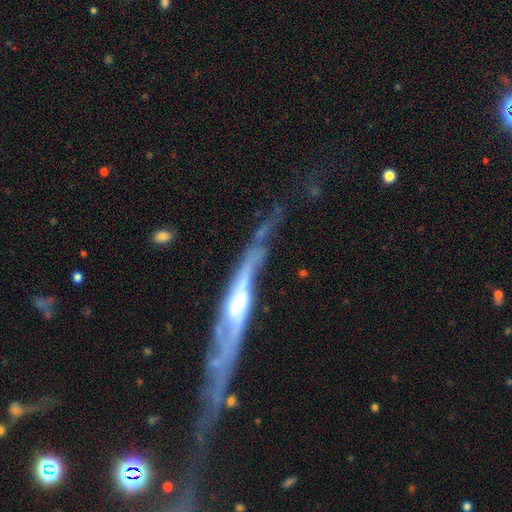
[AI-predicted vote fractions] Overall: featured or disk (84%). Edge-on disk: yes (66%; no 34%). Edge-on bulge: rounded (58%; none 26%). Merging: none (42%; major disturbance 27%).